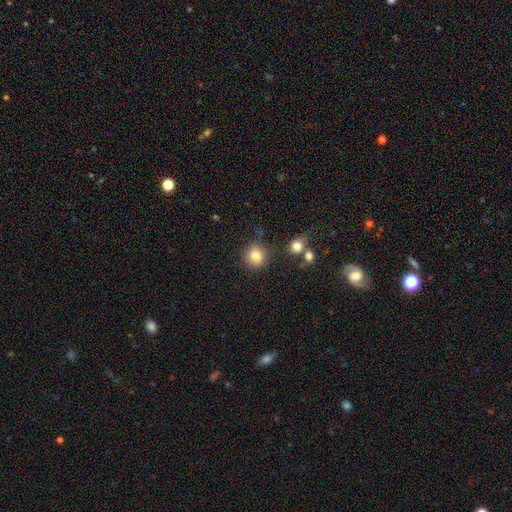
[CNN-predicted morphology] A smooth galaxy with no disk features (83%) that is round (89%).

Vote fractions:
- Smooth or featured? smooth: 83% / star or artifact: 11% / featured or disk: 7%
- How rounded? round: 89% / in between: 10% / cigar-shaped: 1%
- Merging? none: 79% / minor disturbance: 11% / merger: 6% / major disturbance: 4%